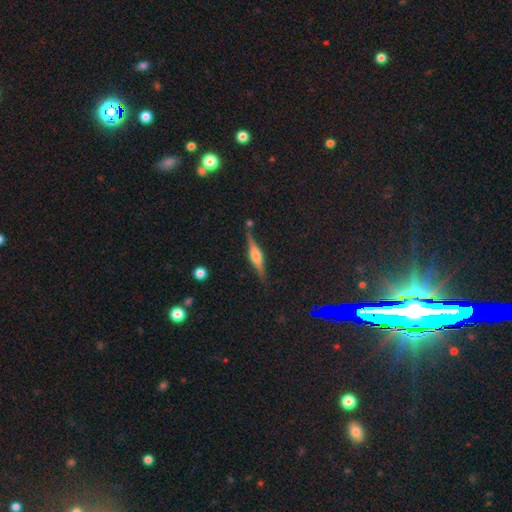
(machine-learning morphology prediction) Smooth or featured?
  - featured or disk: 71% *
  - smooth: 20%
  - star or artifact: 9%
Edge-on disk?
  - yes: 97% *
  - no: 3%
Edge-on bulge?
  - rounded: 83% *
  - boxy: 14%
  - none: 4%
Merging?
  - none: 83% *
  - minor disturbance: 11%
  - merger: 3%
  - major disturbance: 3%